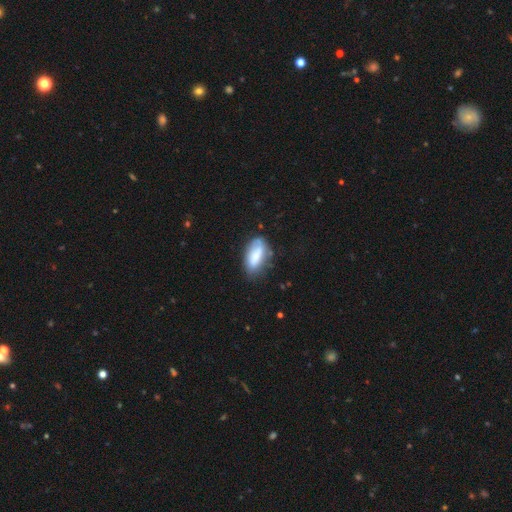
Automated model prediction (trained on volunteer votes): This appears to be a smooth galaxy with no disk features (68%) that is in between round and cigar-shaped (86%). Merging: none (58%).